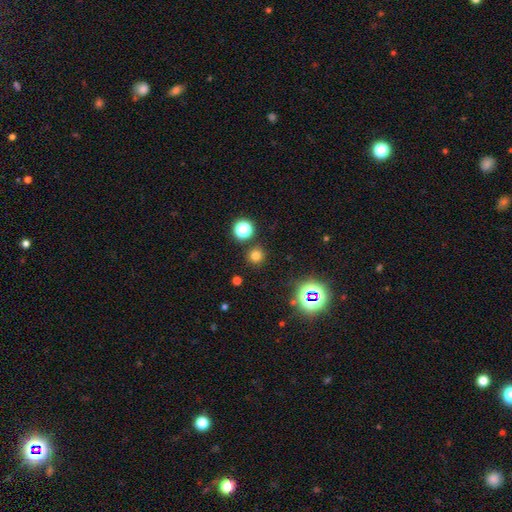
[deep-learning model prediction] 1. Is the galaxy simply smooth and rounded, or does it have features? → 72% smooth, 23% star or artifact, 6% featured or disk.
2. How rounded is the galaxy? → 94% round, 5% in between, 1% cigar-shaped.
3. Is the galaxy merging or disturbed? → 88% none, 6% minor disturbance, 4% merger, 3% major disturbance.